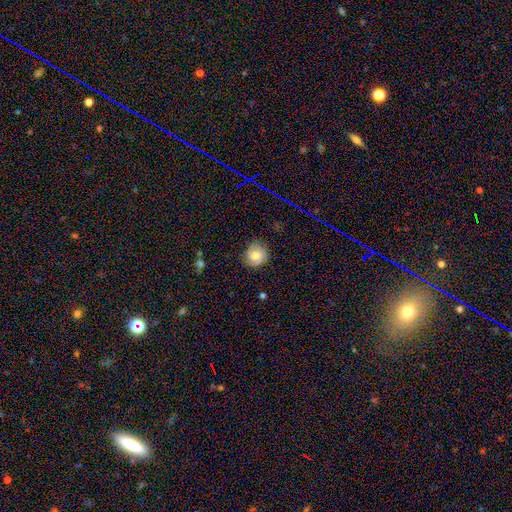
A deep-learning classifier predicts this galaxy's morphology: Smooth or featured? smooth (62%)
How rounded? round (83%)
Merging? none (77%)